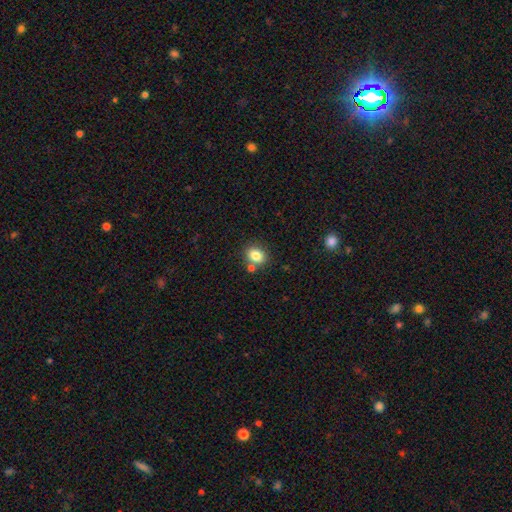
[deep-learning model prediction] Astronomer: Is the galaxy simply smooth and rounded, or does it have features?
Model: smooth — 83%.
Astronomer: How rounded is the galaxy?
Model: in between — 52% (runner-up: round, 47%).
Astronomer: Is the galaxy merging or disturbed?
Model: none — 75%.